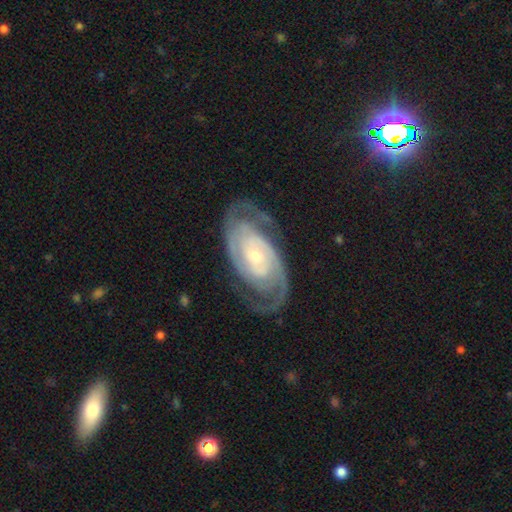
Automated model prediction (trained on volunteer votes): Smooth or featured: featured or disk — 91% (smooth — 5%)
Edge-on disk: no — 96% (yes — 4%)
Bar: no — 64% (weak — 26%)
Spiral arms: yes — 97% (no — 3%)
Spiral winding: tight — 67% (medium — 28%)
Spiral arm count: 2 — 79% (can't tell — 8%)
Bulge size: small — 53% (moderate — 42%)
Merging: none — 76% (minor disturbance — 15%)